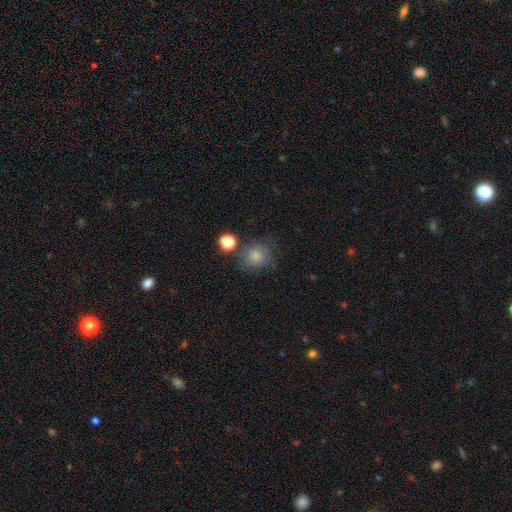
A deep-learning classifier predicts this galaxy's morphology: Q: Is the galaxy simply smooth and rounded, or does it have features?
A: smooth — 80%.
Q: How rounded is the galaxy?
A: round — 82%.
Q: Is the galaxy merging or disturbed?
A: none — 68%.